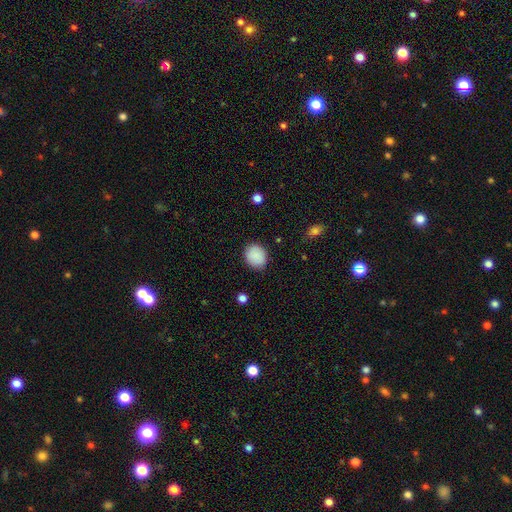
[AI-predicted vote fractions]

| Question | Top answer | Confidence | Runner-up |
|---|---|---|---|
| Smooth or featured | smooth | 89% | star or artifact (7%) |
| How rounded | round | 64% | in between (35%) |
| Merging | none | 85% | minor disturbance (11%) |